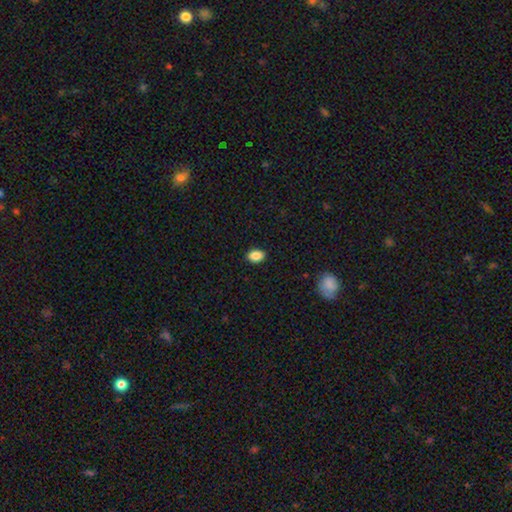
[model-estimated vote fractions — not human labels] This appears to be a smooth galaxy with no disk features (88%) that is in between round and cigar-shaped (79%). Merging: none (89%).